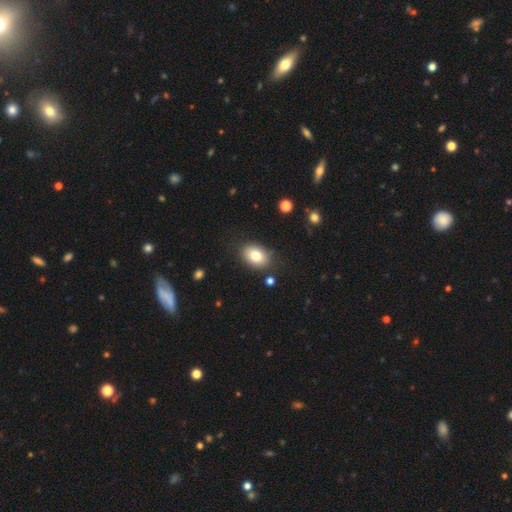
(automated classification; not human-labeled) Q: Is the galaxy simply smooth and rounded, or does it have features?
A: smooth — 82%.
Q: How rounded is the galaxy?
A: in between — 78%.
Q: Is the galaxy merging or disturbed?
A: none — 82%.